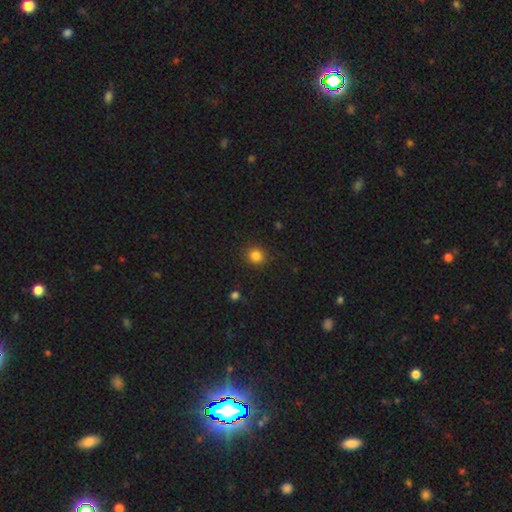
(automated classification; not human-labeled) This appears to be a smooth galaxy with no disk features (84%) that is round (91%). Merging: none (90%).